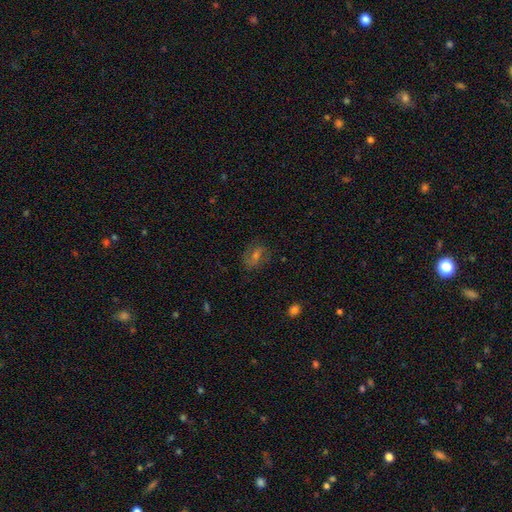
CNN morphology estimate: smooth-or-featured: featured or disk: 46% | smooth: 33% | star or artifact: 21%
  merging: none: 79% | minor disturbance: 13% | major disturbance: 6% | merger: 1%